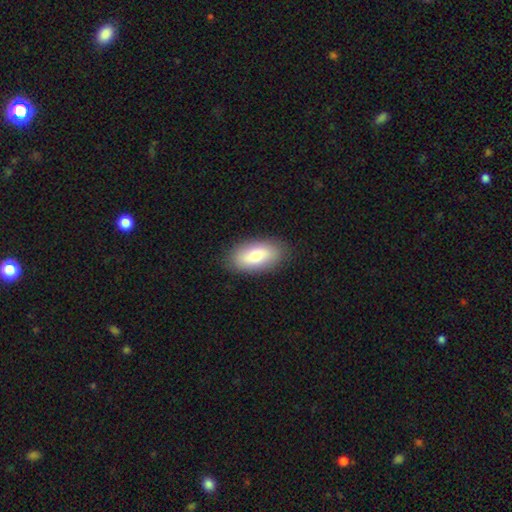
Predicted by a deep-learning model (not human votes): smooth_or_featured: smooth (p=0.73) [alt: featured or disk p=0.20]
how_rounded: in between (p=0.92) [alt: cigar-shaped p=0.04]
merging: none (p=0.87) [alt: minor disturbance p=0.10]